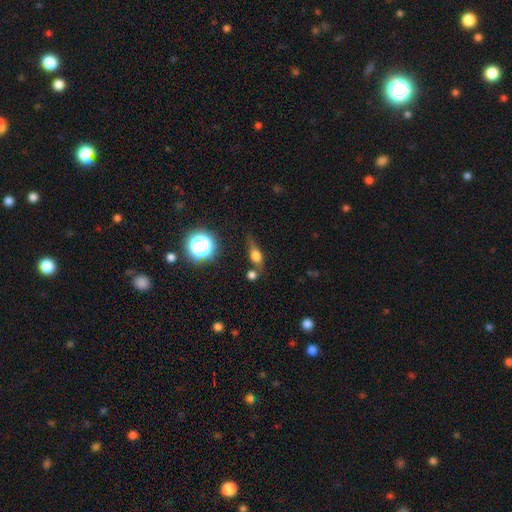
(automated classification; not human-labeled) Overall: smooth (57%; featured or disk 28%). How rounded: in between (51%; round 26%). Merging: none (56%; minor disturbance 23%).